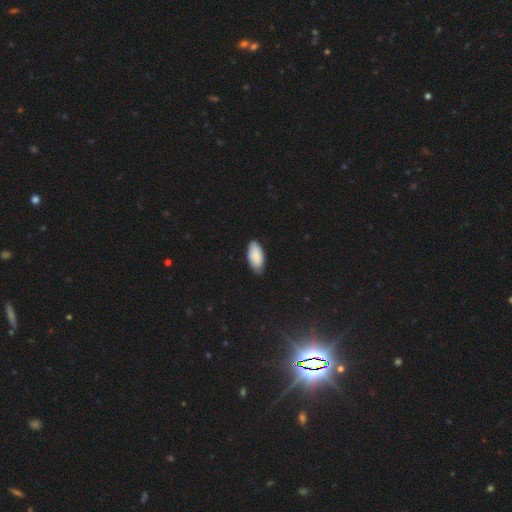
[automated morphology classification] A smooth galaxy with no disk features (86%) that is in between round and cigar-shaped (93%). Merging: none (81%).